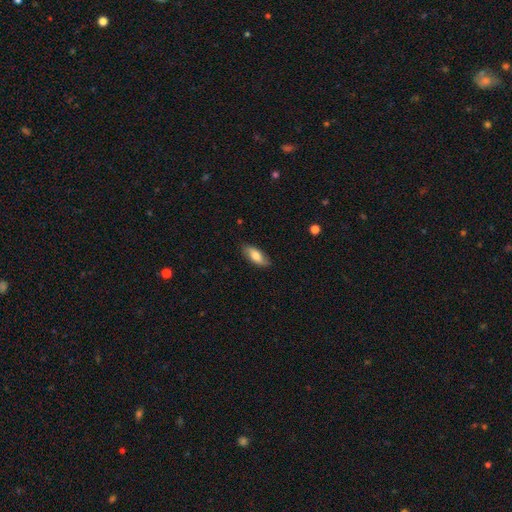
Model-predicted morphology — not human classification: This is likely a smooth galaxy (70%). How rounded: clearly in between (81%). Merging: clearly none (83%).